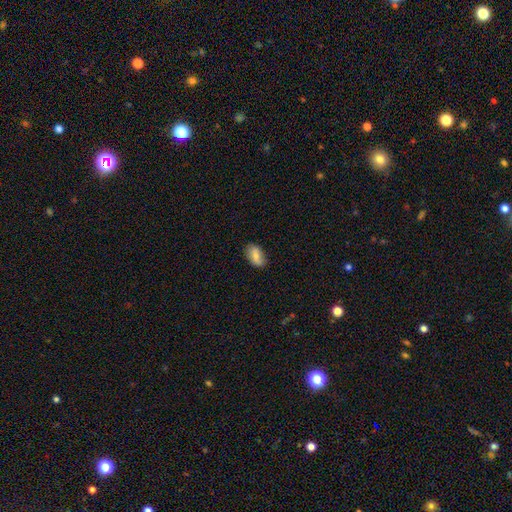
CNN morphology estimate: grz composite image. It shows a smooth galaxy with no disk features (74%) that is in between round and cigar-shaped (91%). Merging: none (79%).